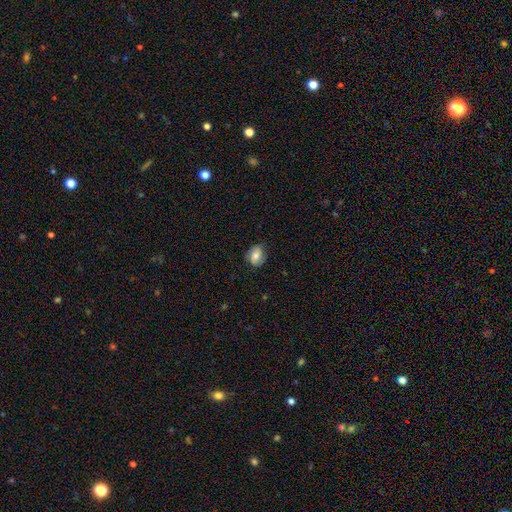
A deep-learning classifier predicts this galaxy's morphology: smooth-or-featured: smooth: 61% | featured or disk: 30% | star or artifact: 9%
  how-rounded: in between: 55% | round: 43% | cigar-shaped: 1%
  merging: none: 74% | minor disturbance: 20% | major disturbance: 5% | merger: 1%